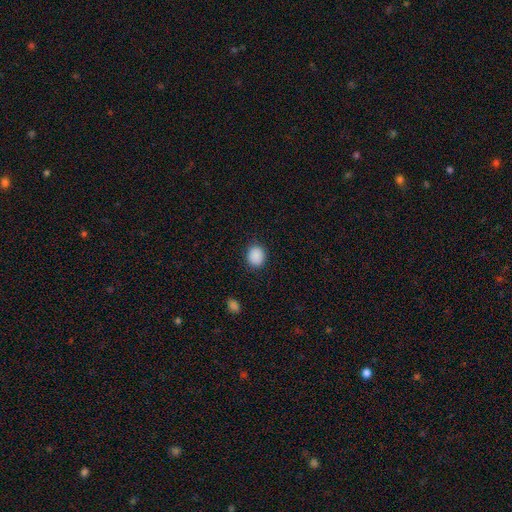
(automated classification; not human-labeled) A smooth galaxy with no disk features (89%) that is round (72%). Merging: none (87%).